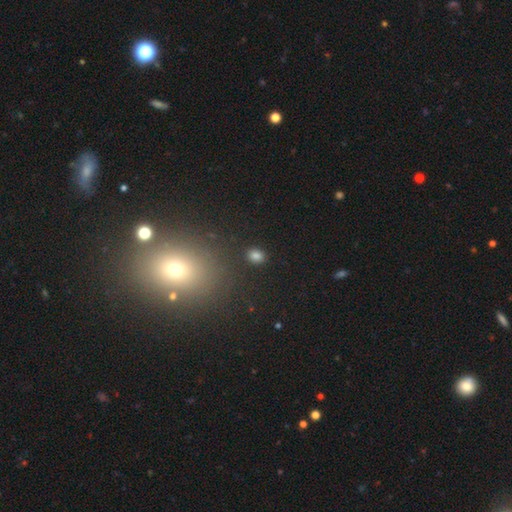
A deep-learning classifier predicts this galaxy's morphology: smooth-or-featured: smooth: 81% | star or artifact: 14% | featured or disk: 5%
  how-rounded: in between: 53% | round: 46% | cigar-shaped: 1%
  merging: none: 87% | minor disturbance: 8% | major disturbance: 3% | merger: 2%